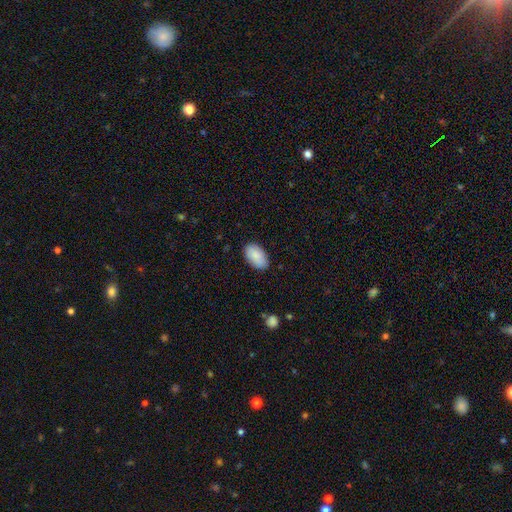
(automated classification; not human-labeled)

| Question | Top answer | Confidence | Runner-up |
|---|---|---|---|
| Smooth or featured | smooth | 89% | star or artifact (6%) |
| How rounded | in between | 95% | round (4%) |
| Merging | none | 86% | minor disturbance (11%) |